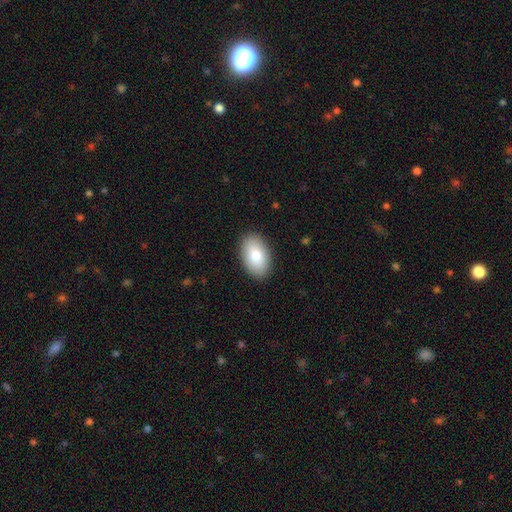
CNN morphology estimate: A smooth galaxy with no disk features (83%) that is in between round and cigar-shaped (93%).

Vote fractions:
- Smooth or featured? smooth: 83% / featured or disk: 11% / star or artifact: 6%
- How rounded? in between: 93% / round: 5% / cigar-shaped: 1%
- Merging? none: 89% / minor disturbance: 8% / major disturbance: 2% / merger: 1%